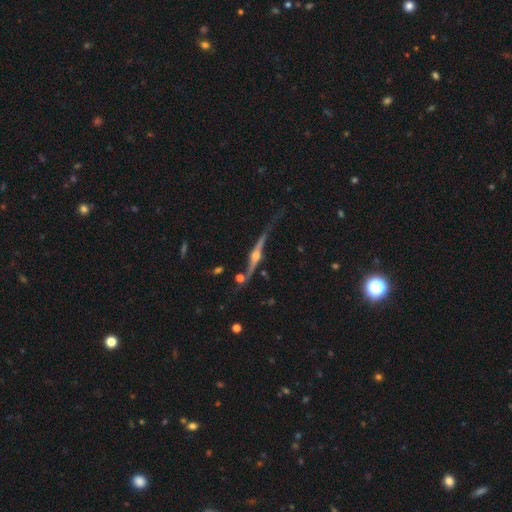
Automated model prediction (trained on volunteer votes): Smooth or featured?
  - featured or disk: 88% *
  - smooth: 6%
  - star or artifact: 6%
Edge-on disk?
  - yes: 94% *
  - no: 6%
Edge-on bulge?
  - rounded: 95% *
  - boxy: 3%
  - none: 2%
Merging?
  - none: 63% *
  - minor disturbance: 22%
  - major disturbance: 8%
  - merger: 6%